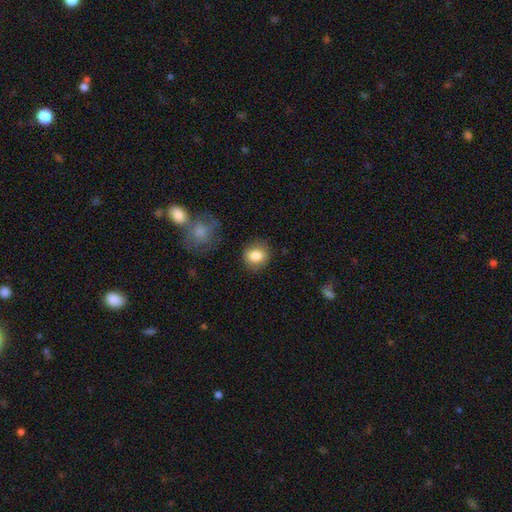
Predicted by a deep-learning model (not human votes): Smooth or featured? smooth (84%)
How rounded? round (73%)
Merging? none (84%)